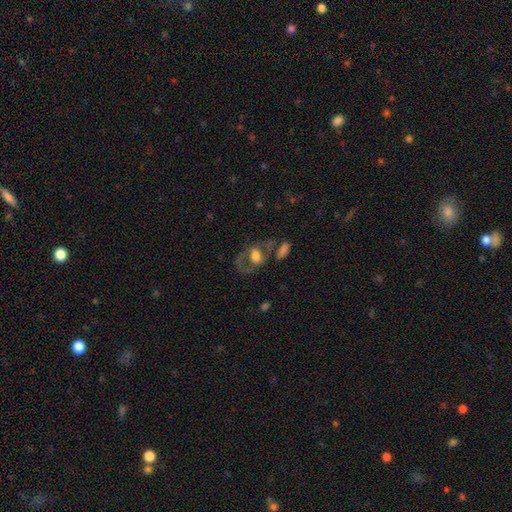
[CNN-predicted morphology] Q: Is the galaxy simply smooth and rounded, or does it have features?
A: featured or disk — 49%.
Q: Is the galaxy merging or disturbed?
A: none — 48%.